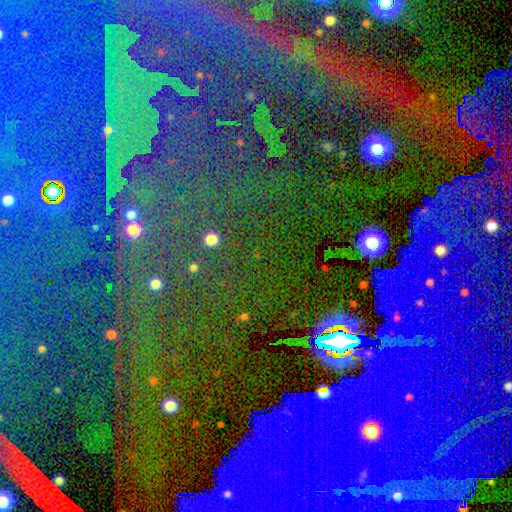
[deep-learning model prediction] star or artifact 84%, smooth 8%, featured or disk 7%.